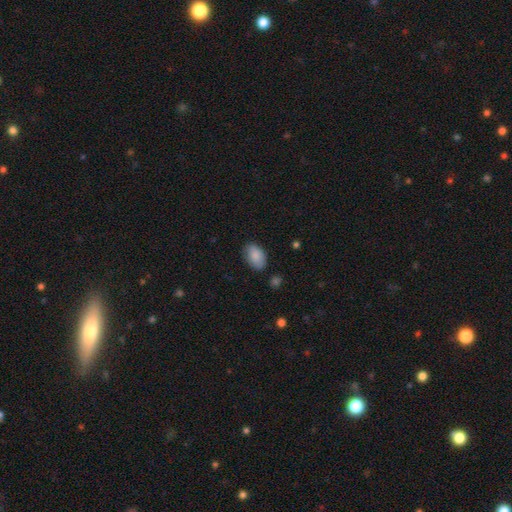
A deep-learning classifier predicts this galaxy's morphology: This appears to be a smooth galaxy with no disk features (87%) that is in between round and cigar-shaped (91%). Merging: none (78%).